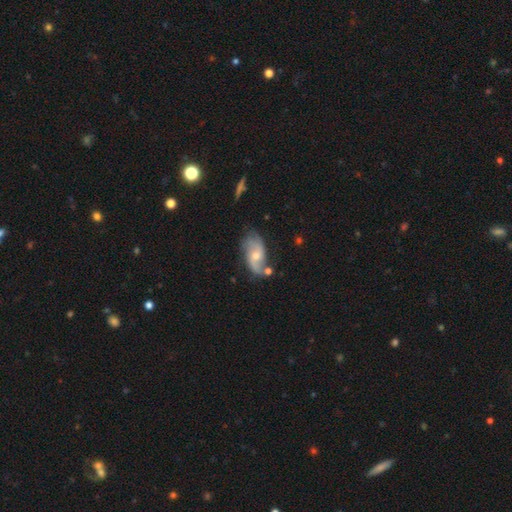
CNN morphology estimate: The model was most divided on "bulge size": moderate: 50%, small: 43%, none: 3%, large: 3%, dominant: 1%. More confident: edge-on disk — no (95%); spiral arms — yes (90%); spiral arm count — 2 (79%); smooth or featured — featured or disk (70%); bar — no (56%); merging — none (55%); spiral winding — loose (55%).